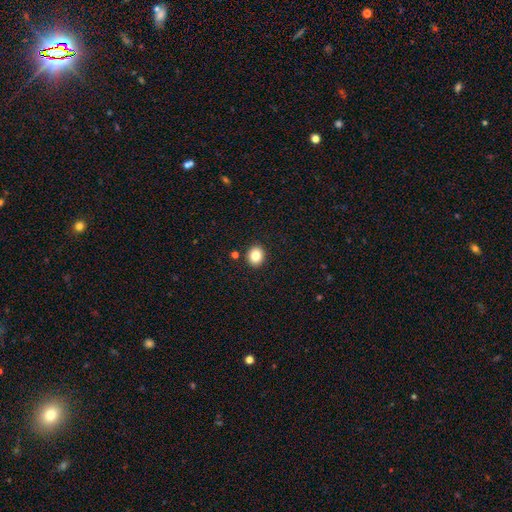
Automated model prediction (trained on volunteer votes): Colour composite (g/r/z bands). It shows a smooth galaxy with no disk features (83%) that is round (74%). Merging: none (90%).